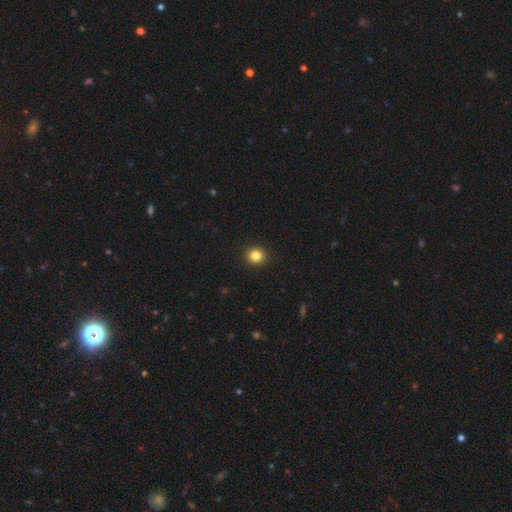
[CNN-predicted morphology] Smooth or featured: smooth — 83% (star or artifact — 11%)
How rounded: round — 90% (in between — 9%)
Merging: none — 93% (minor disturbance — 4%)